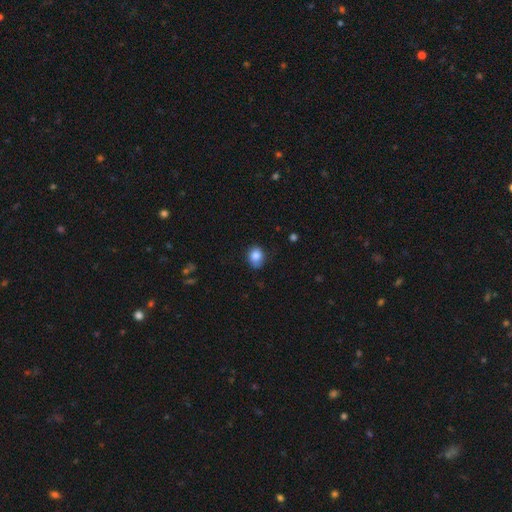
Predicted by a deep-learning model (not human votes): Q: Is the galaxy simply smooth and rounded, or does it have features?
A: smooth — 84%.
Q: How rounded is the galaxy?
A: round — 55%.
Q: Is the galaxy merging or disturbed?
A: none — 70%.